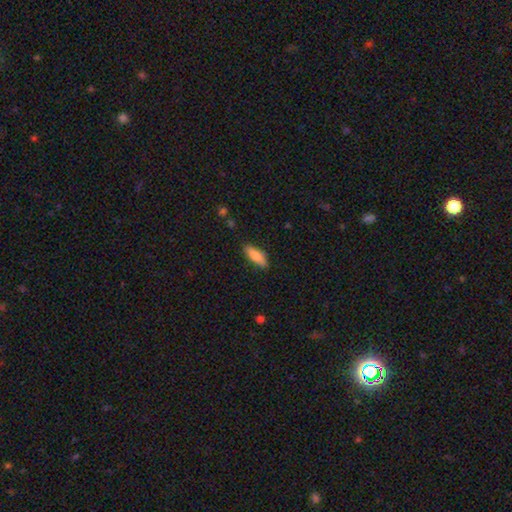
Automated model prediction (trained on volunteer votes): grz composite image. It shows a smooth galaxy with no disk features (77%) that is in between round and cigar-shaped (54%). Merging: none (85%).